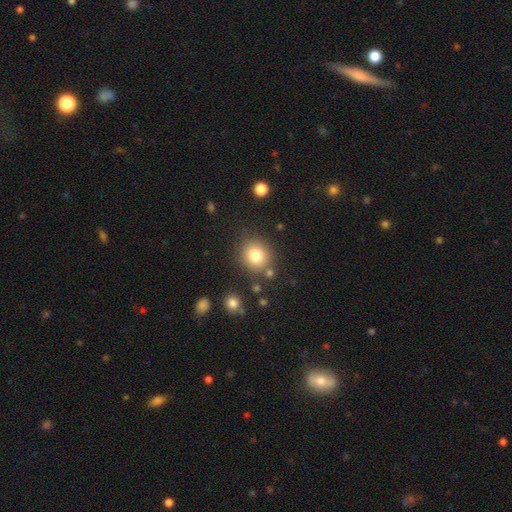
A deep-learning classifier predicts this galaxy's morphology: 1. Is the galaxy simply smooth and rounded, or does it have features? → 80% smooth, 11% star or artifact, 8% featured or disk.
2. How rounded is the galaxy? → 83% round, 16% in between, 1% cigar-shaped.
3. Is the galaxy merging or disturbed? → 80% none, 10% minor disturbance, 7% merger, 4% major disturbance.